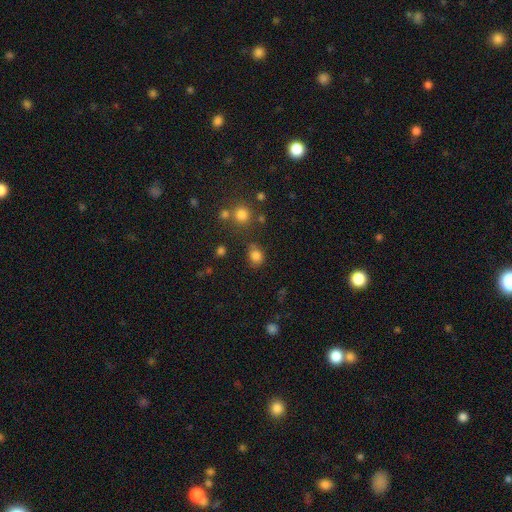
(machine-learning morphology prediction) This appears to be a smooth galaxy with no disk features (80%) that is round (50%). Merging: none (66%).